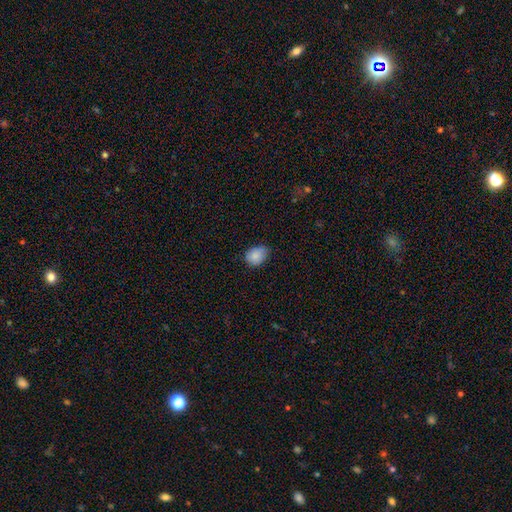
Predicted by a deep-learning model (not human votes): Smooth or featured? smooth (86%)
How rounded? in between (58%)
Merging? none (61%)